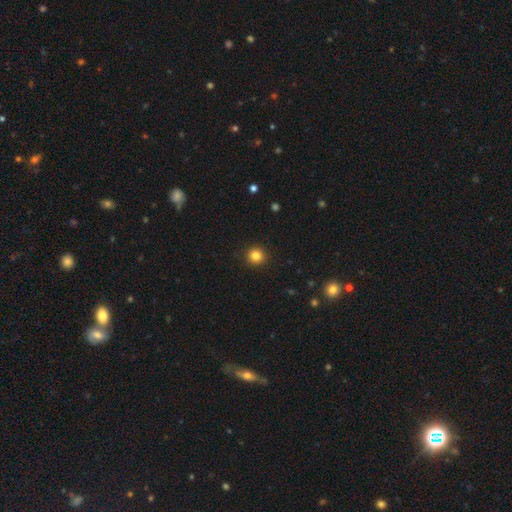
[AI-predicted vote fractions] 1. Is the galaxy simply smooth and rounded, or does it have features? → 84% smooth, 12% star or artifact, 5% featured or disk.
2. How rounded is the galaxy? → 94% round, 6% in between, 1% cigar-shaped.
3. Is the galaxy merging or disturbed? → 92% none, 5% minor disturbance, 2% major disturbance, 1% merger.